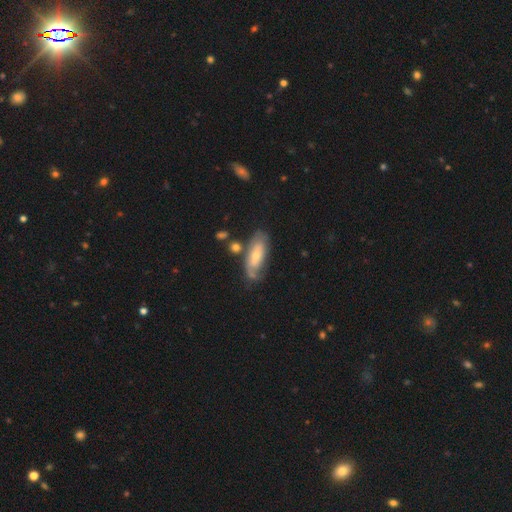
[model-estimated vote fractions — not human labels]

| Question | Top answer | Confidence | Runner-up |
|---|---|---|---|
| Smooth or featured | featured or disk | 54% | smooth (40%) |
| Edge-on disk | no | 84% | yes (16%) |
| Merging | none | 56% | minor disturbance (24%) |